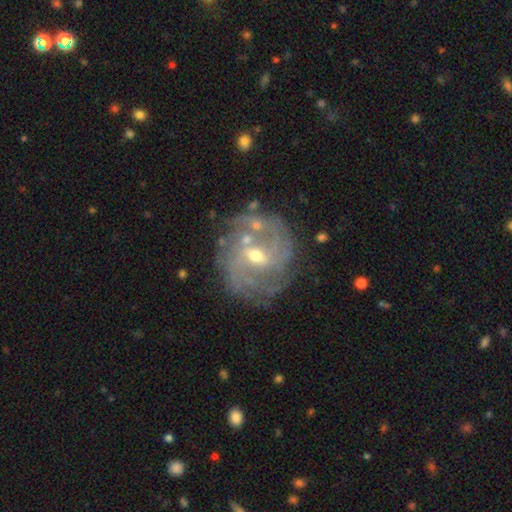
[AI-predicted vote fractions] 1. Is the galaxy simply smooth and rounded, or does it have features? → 83% featured or disk, 9% smooth, 8% star or artifact.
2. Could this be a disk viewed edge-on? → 97% no, 3% yes.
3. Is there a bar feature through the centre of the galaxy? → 55% weak, 26% no, 19% strong.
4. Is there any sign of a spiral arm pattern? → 92% yes, 8% no.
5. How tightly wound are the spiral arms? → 43% tight, 42% medium, 16% loose.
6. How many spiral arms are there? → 39% 2, 26% can't tell, 18% 3, 8% 4, 5% more than 4, 5% 1.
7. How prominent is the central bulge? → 48% small (tied), 48% moderate (tied), 2% large, 1% none, 1% dominant.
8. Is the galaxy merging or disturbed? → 69% none, 17% minor disturbance, 8% major disturbance, 7% merger.